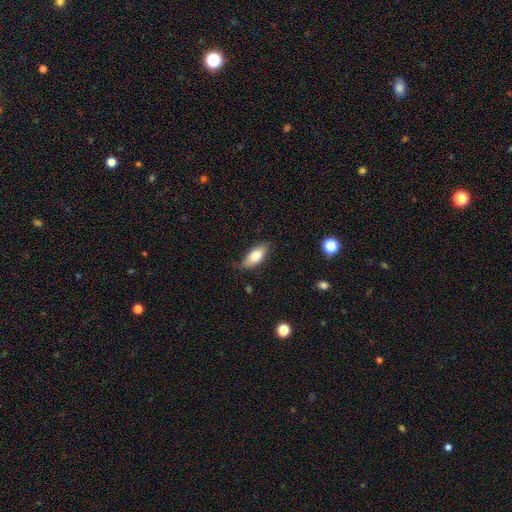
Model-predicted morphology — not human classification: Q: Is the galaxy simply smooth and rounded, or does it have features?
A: smooth — 78%.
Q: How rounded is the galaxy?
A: in between — 84%.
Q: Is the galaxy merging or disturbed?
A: none — 75%.